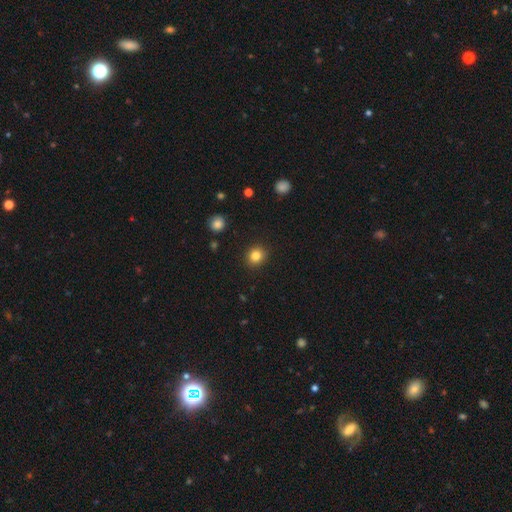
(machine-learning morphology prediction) Smooth or featured?
  - smooth: 83% *
  - star or artifact: 11%
  - featured or disk: 5%
How rounded?
  - round: 83% *
  - in between: 16%
  - cigar-shaped: 1%
Merging?
  - none: 91% *
  - minor disturbance: 6%
  - major disturbance: 2%
  - merger: 1%